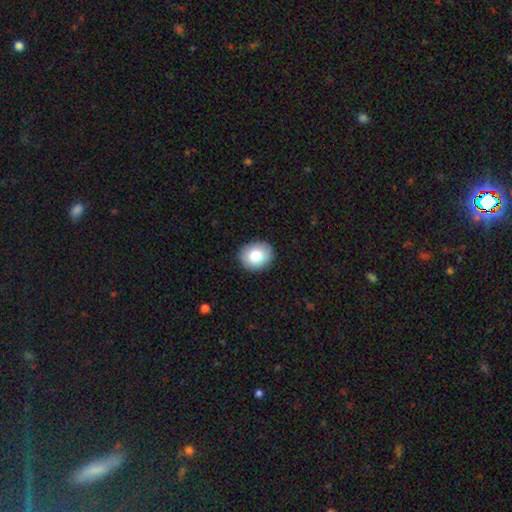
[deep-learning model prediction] Smooth or featured? Predicted: smooth (p=0.82). How rounded? Predicted: round (p=0.59). Merging? Predicted: none (p=0.90).